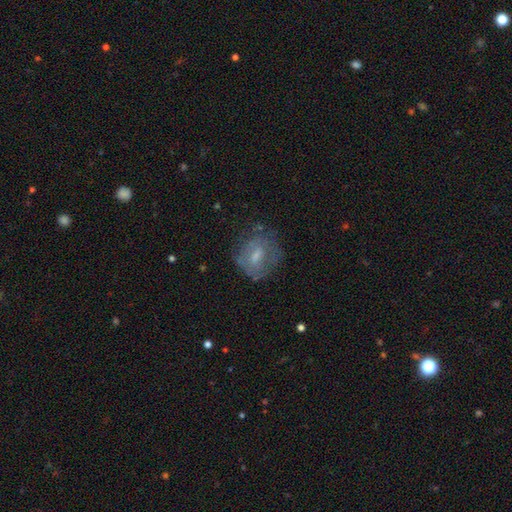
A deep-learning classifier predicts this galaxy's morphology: smooth 45%, featured or disk 44%, star or artifact 11%. Down the decision tree: merging — none (60%).